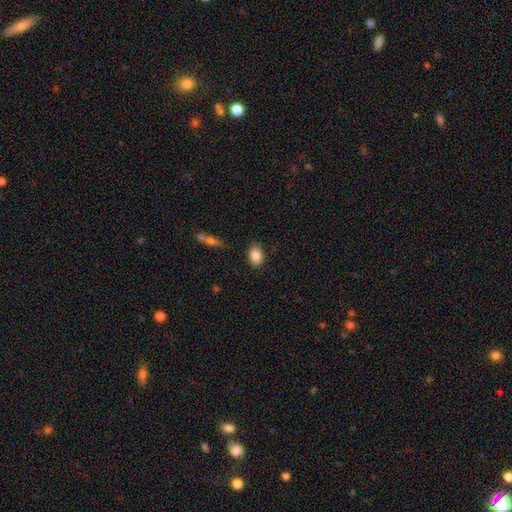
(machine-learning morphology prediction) A smooth galaxy with no disk features (86%) that is in between round and cigar-shaped (83%). Merging: none (85%).